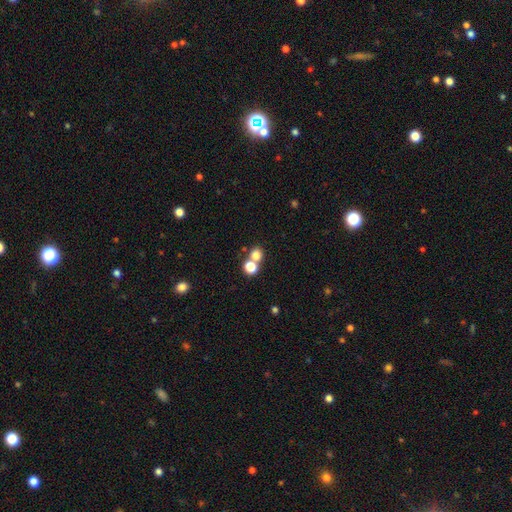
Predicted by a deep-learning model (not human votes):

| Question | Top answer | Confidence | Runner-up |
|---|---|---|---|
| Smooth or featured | smooth | 76% | star or artifact (16%) |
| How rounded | round | 81% | in between (18%) |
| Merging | none | 53% | merger (38%) |